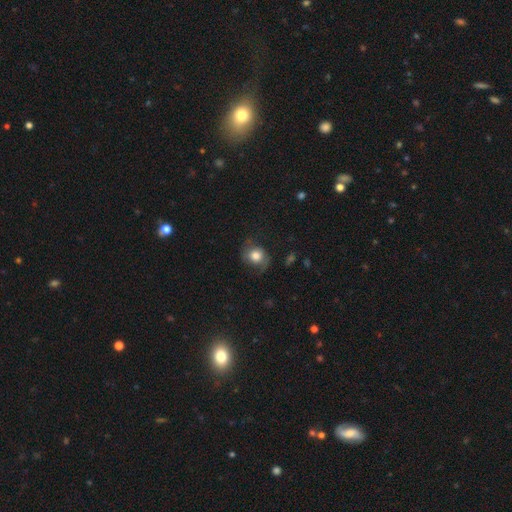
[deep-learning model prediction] This is likely a smooth galaxy (65%). How rounded: likely round (70%). Merging: likely none (64%).